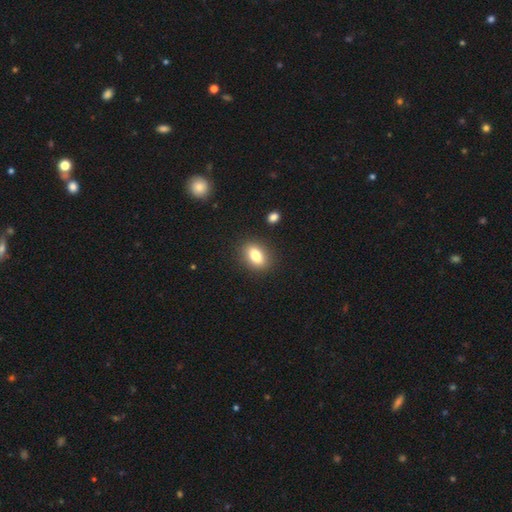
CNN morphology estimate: The model was most divided on "how rounded": in between: 82%, round: 14%, cigar-shaped: 4%. More confident: merging — none (87%); smooth or featured — smooth (81%).